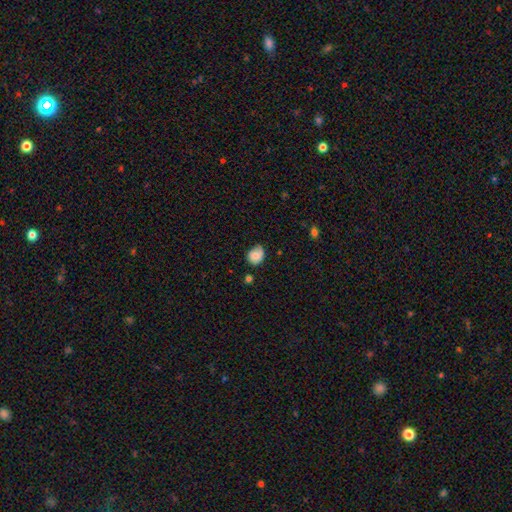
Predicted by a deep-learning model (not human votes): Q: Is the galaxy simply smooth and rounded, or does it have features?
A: smooth — 74%.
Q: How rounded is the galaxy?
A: round — 61%.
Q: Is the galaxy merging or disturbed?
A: none — 53%.